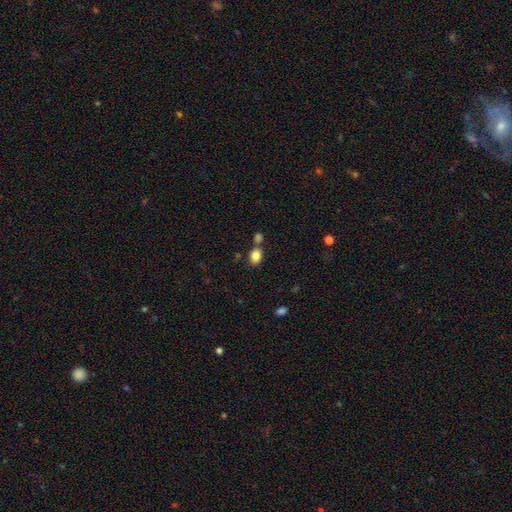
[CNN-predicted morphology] Smooth or featured? Predicted: smooth (p=0.84). How rounded? Predicted: in between (p=0.65). Merging? Predicted: none (p=0.65).